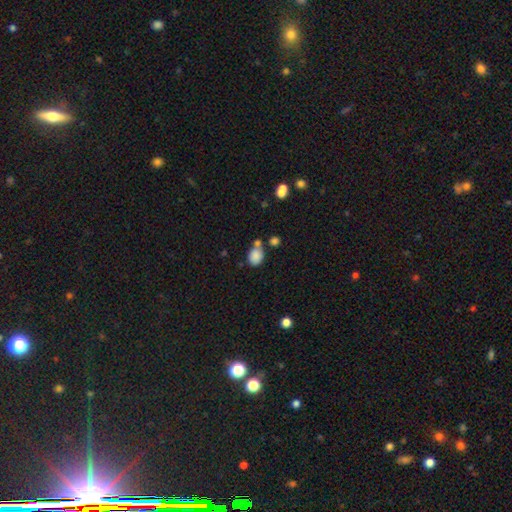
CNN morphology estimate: smooth-or-featured: smooth: 85% | star or artifact: 9% | featured or disk: 6%
  how-rounded: in between: 50% | round: 49% | cigar-shaped: 1%
  merging: none: 51% | merger: 30% | minor disturbance: 14% | major disturbance: 5%